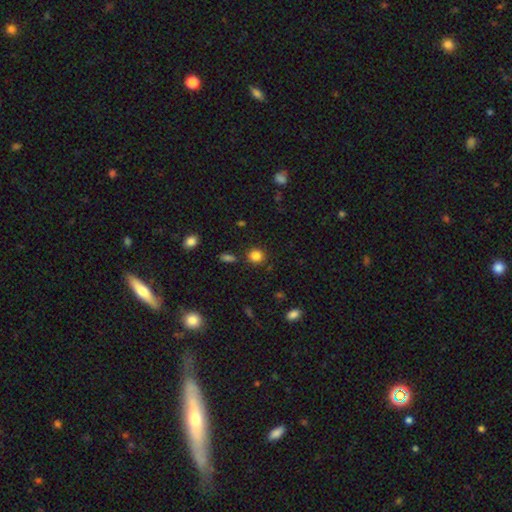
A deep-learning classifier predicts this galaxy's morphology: smooth 84%, star or artifact 11%, featured or disk 4%. Down the decision tree: how rounded — round (84%); merging — none (85%).